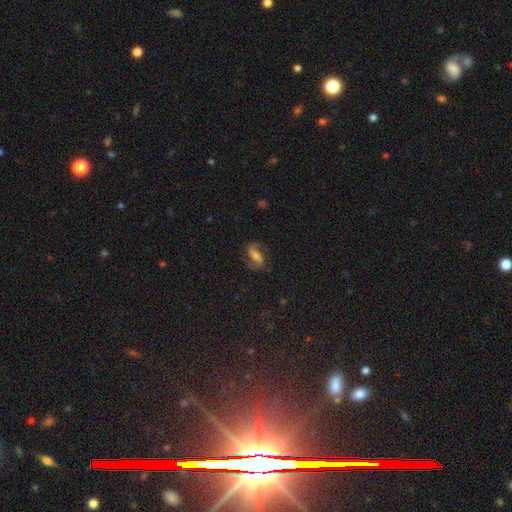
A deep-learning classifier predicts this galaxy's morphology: A featured or disk galaxy (73%) with a weak bar (43%), 2 (88%) loose (47%) spiral arms (94%) and a moderate central bulge (43%).

Vote fractions:
- Smooth or featured? featured or disk: 73% / smooth: 17% / star or artifact: 10%
- Edge-on disk? no: 96% / yes: 4%
- Bar? weak: 43% / strong: 29% / no: 28%
- Spiral arms? yes: 94% / no: 6%
- Spiral winding? loose: 47% / medium: 42% / tight: 11%
- Spiral arm count? 2: 88% / 1: 6% / can't tell: 3% / 3: 1% / 4: 1% / more than 4: 1%
- Bulge size? moderate: 43% / small: 27% / large: 16% / none: 11% / dominant: 2%
- Merging? none: 72% / minor disturbance: 16% / major disturbance: 10% / merger: 2%